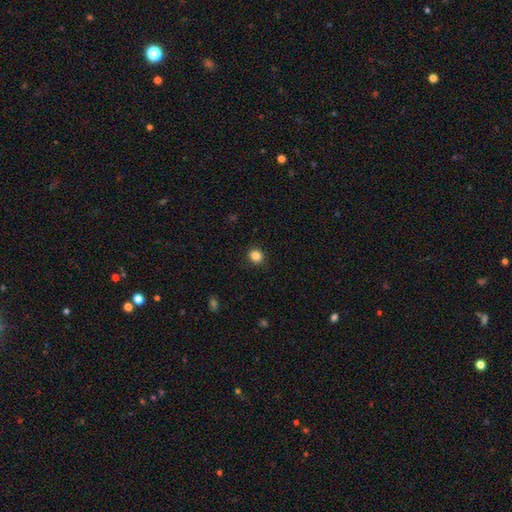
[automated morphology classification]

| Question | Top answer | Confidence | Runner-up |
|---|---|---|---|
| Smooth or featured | smooth | 85% | star or artifact (11%) |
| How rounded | round | 84% | in between (15%) |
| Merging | none | 90% | minor disturbance (7%) |